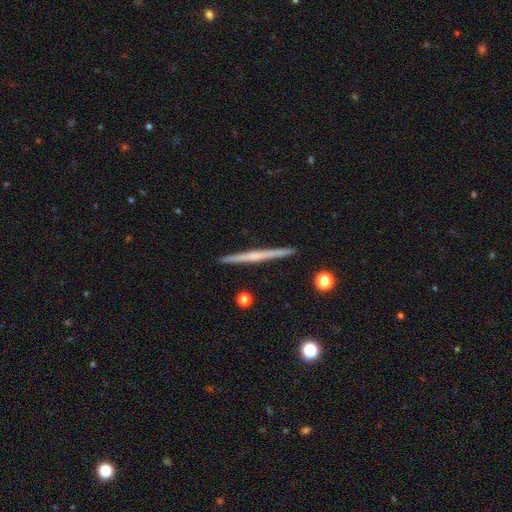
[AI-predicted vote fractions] A featured or disk galaxy (63%) viewed edge-on (98%) with no central bulge (68%). Merging: none (92%).